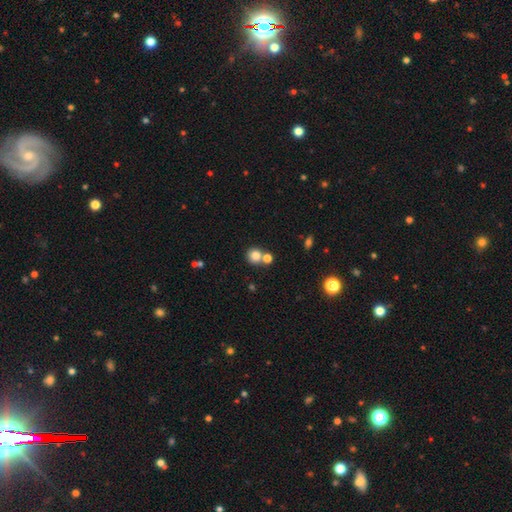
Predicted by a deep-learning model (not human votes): Smooth or featured? smooth (80%)
How rounded? round (88%)
Merging? none (56%)